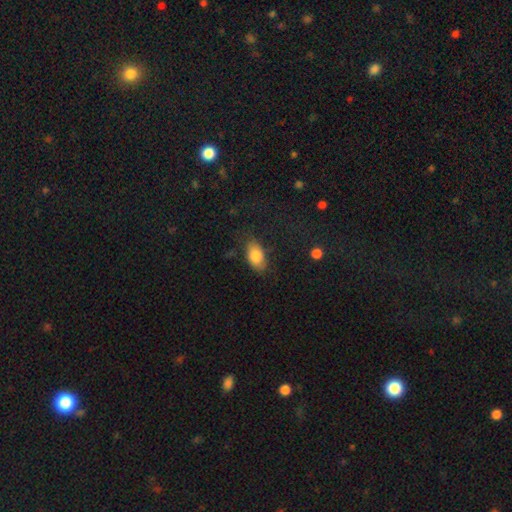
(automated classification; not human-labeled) The model was most divided on "merging": none: 74%, minor disturbance: 19%, major disturbance: 6%, merger: 2%. More confident: how rounded — in between (91%); smooth or featured — smooth (84%).